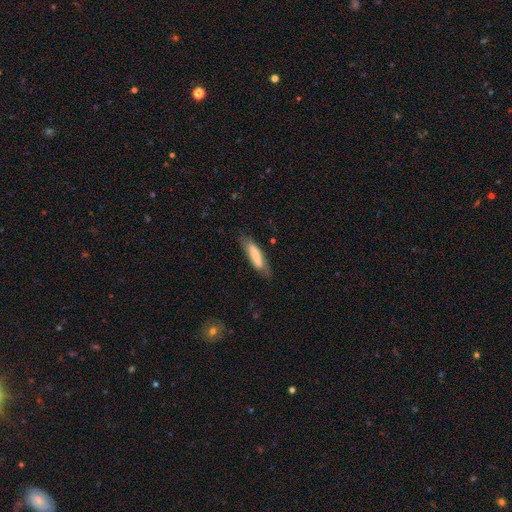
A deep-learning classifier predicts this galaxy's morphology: Smooth or featured? smooth (64%)
How rounded? cigar-shaped (68%)
Merging? none (72%)